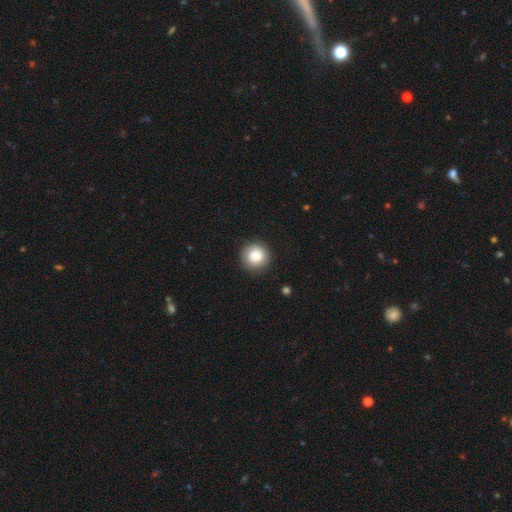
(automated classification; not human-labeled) Smooth or featured? smooth (84%)
How rounded? round (94%)
Merging? none (88%)